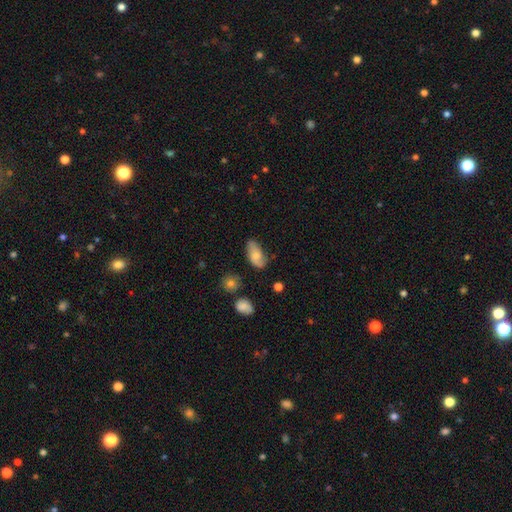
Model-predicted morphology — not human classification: This appears to be a smooth galaxy with no disk features (52%) that is in between round and cigar-shaped (91%). Merging: none (58%).